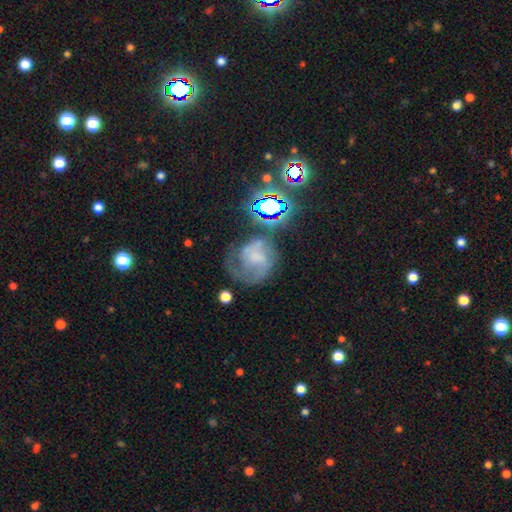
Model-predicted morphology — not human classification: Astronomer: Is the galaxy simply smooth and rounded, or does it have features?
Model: featured or disk — 58%.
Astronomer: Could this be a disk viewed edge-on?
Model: no — 97%.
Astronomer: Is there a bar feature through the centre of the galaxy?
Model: no — 62%.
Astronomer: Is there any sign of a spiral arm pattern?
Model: yes — 78%.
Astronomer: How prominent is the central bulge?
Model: none — 47%.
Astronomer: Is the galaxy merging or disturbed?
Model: none — 40% (runner-up: major disturbance, 30%).